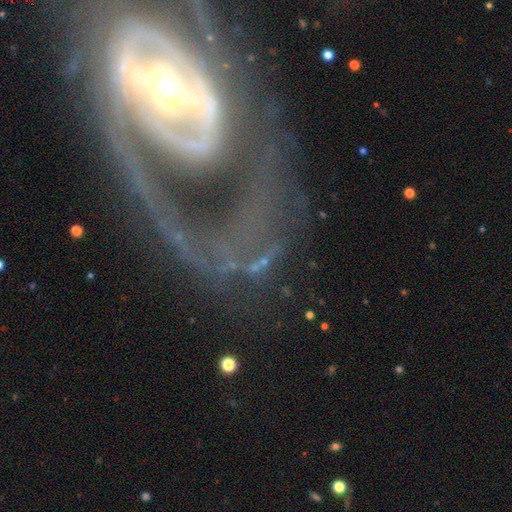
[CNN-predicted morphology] Overall: featured or disk (77%). Edge-on disk: no (92%). Bar: strong (39%; no 33%). Spiral arms: yes (72%). Spiral arm count: 2 (46%; can't tell 21%). Spiral winding: tight (39%; medium 35%). Bulge size: moderate (44%; small 37%). Merging: none (45%; major disturbance 33%).